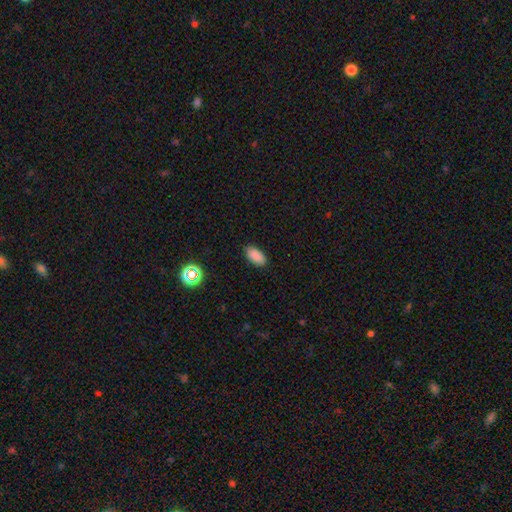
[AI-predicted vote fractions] Smooth or featured? smooth (87%)
How rounded? in between (92%)
Merging? none (88%)